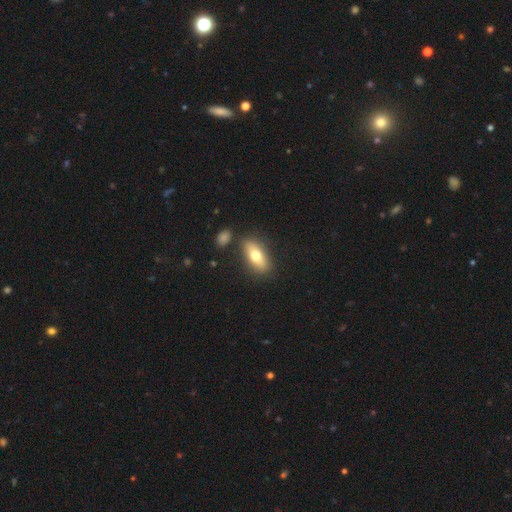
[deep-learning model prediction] A smooth galaxy with no disk features (67%) that is in between round and cigar-shaped (77%). Merging: none (82%).